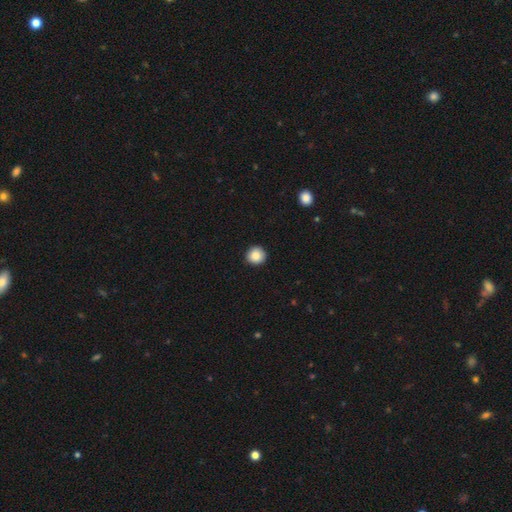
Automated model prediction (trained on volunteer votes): This appears to be a smooth galaxy with no disk features (87%) that is round (93%). Merging: none (91%).